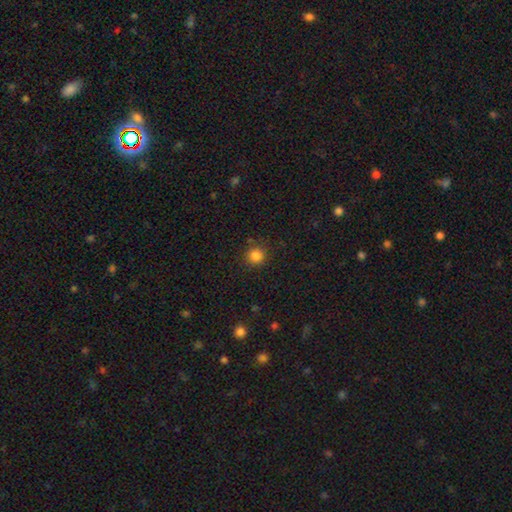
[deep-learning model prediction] smooth-or-featured: smooth: 84% | star or artifact: 12% | featured or disk: 4%
  how-rounded: round: 93% | in between: 6% | cigar-shaped: 1%
  merging: none: 87% | minor disturbance: 8% | major disturbance: 3% | merger: 2%